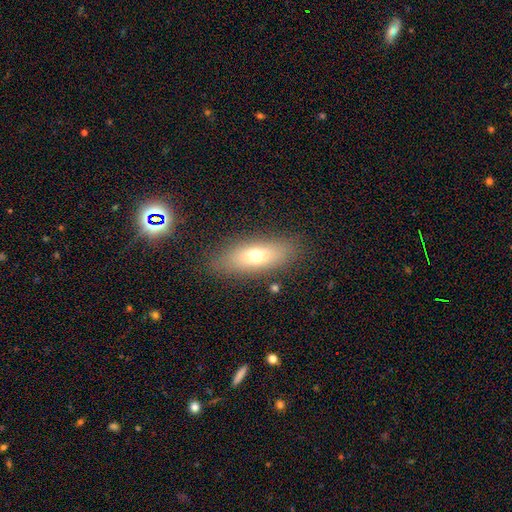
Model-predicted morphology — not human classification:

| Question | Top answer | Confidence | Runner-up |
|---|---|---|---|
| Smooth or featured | smooth | 65% | featured or disk (26%) |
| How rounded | in between | 64% | cigar-shaped (32%) |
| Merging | none | 84% | minor disturbance (10%) |